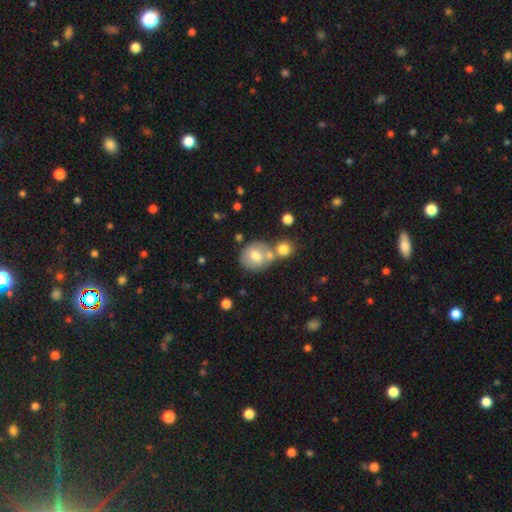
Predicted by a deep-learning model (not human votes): The model was most divided on "merging": none: 47%, merger: 37%, minor disturbance: 11%, major disturbance: 4%. More confident: how rounded — round (82%); smooth or featured — smooth (68%).